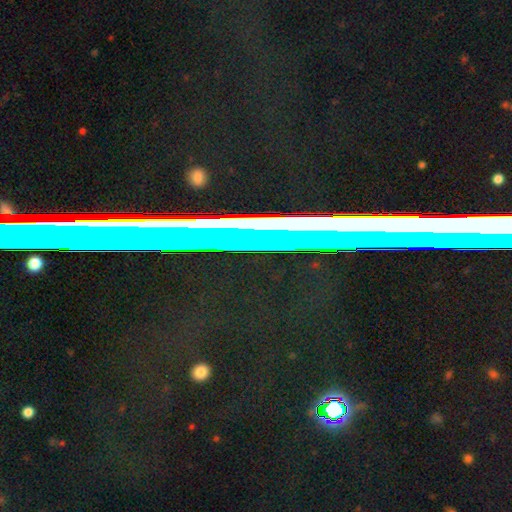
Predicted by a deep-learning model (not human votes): Smooth or featured: star or artifact — 60% (featured or disk — 25%)